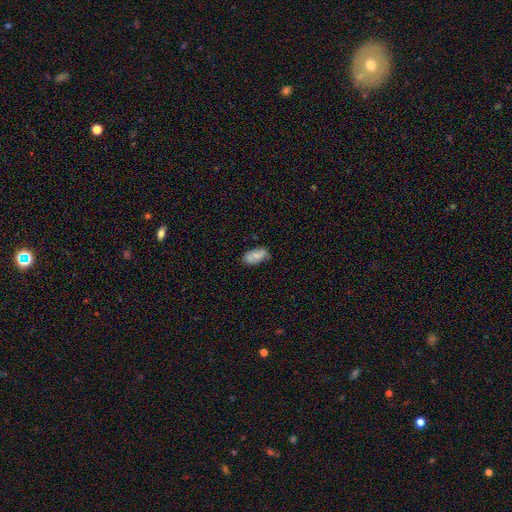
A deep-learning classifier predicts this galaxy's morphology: Overall: smooth (74%). How rounded: in between (93%). Merging: none (72%).